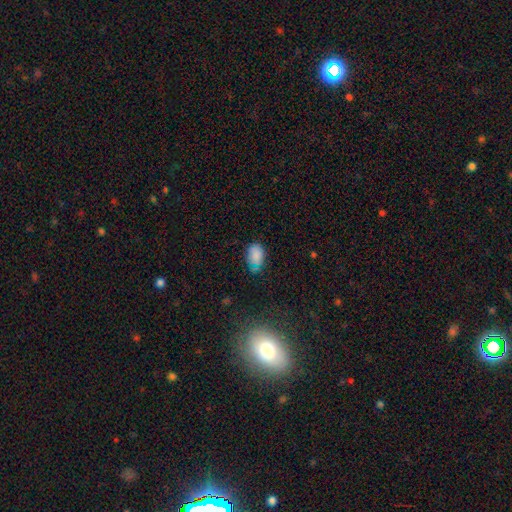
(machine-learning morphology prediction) A smooth galaxy with no disk features (79%) that is in between round and cigar-shaped (81%).

Vote fractions:
- Smooth or featured? smooth: 79% / star or artifact: 14% / featured or disk: 7%
- How rounded? in between: 81% / round: 18% / cigar-shaped: 1%
- Merging? none: 71% / minor disturbance: 21% / major disturbance: 5% / merger: 3%